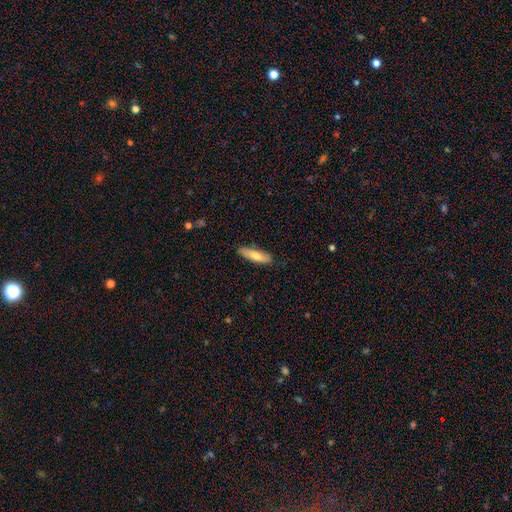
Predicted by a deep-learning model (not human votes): smooth_or_featured: smooth (p=0.73) [alt: featured or disk p=0.21]
how_rounded: cigar-shaped (p=0.61) [alt: in between p=0.37]
merging: none (p=0.84) [alt: minor disturbance p=0.13]